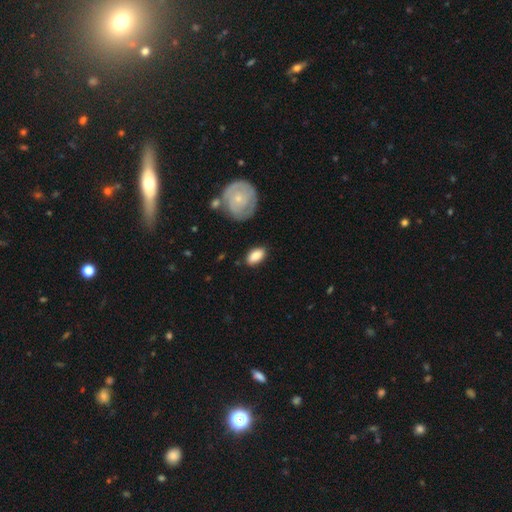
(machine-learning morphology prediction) This is clearly a smooth galaxy (84%). How rounded: clearly in between (91%). Merging: clearly none (83%).